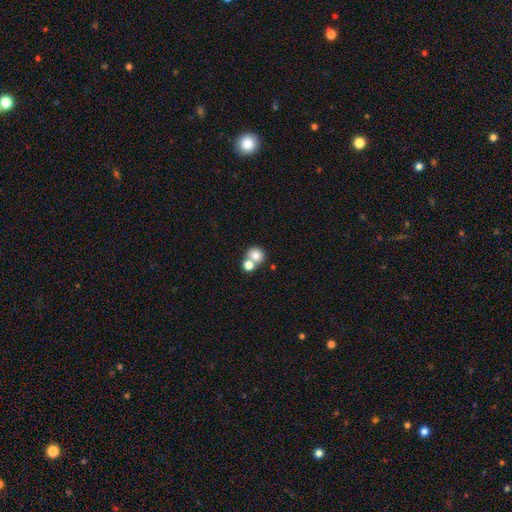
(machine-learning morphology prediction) The model was most divided on "merging": merger: 51%, none: 39%, minor disturbance: 6%, major disturbance: 3%. More confident: how rounded — round (81%); smooth or featured — smooth (77%).